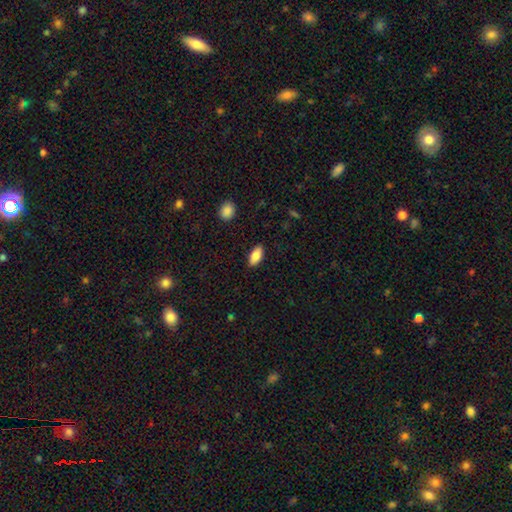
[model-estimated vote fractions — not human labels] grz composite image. It shows a smooth galaxy with no disk features (84%) that is in between round and cigar-shaped (90%). Merging: none (88%).